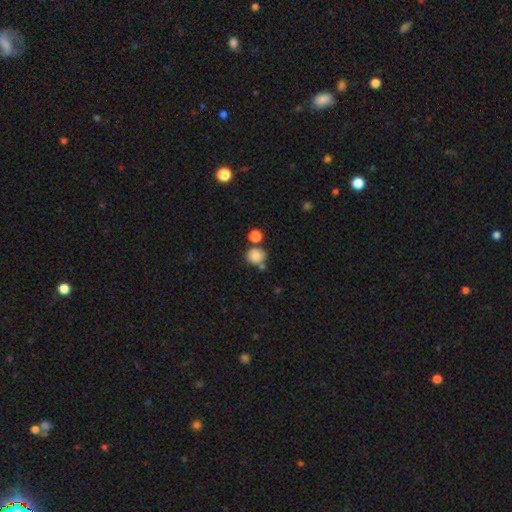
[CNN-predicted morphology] smooth-or-featured: smooth: 84% | star or artifact: 10% | featured or disk: 6%
  how-rounded: round: 81% | in between: 18% | cigar-shaped: 1%
  merging: none: 61% | merger: 22% | minor disturbance: 13% | major disturbance: 4%